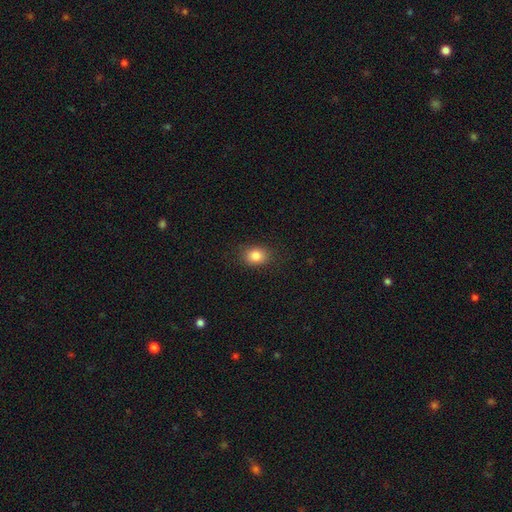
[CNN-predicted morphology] type=smooth (84%); roundness=in between (56%); merging=none (86%).